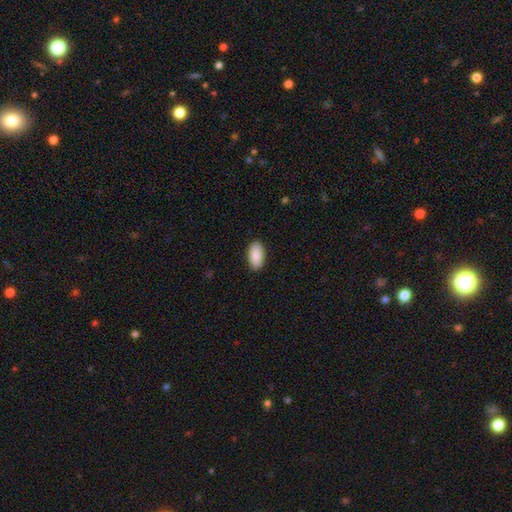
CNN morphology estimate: Smooth or featured: smooth — 87% (featured or disk — 7%)
How rounded: in between — 95% (round — 3%)
Merging: none — 89% (minor disturbance — 8%)